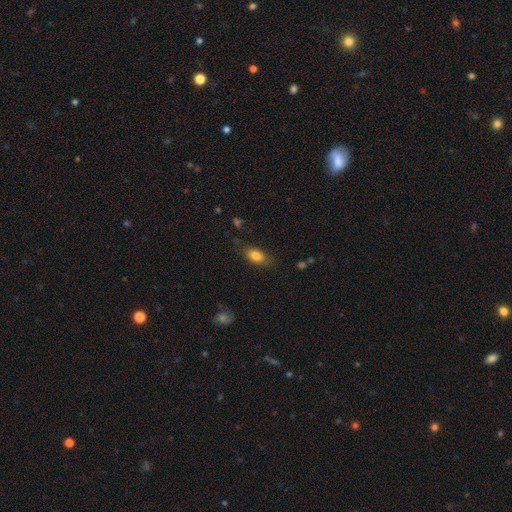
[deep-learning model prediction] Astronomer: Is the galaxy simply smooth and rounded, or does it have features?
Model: smooth — 83%.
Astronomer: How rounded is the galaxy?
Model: in between — 86%.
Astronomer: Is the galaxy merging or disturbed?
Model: none — 75%.